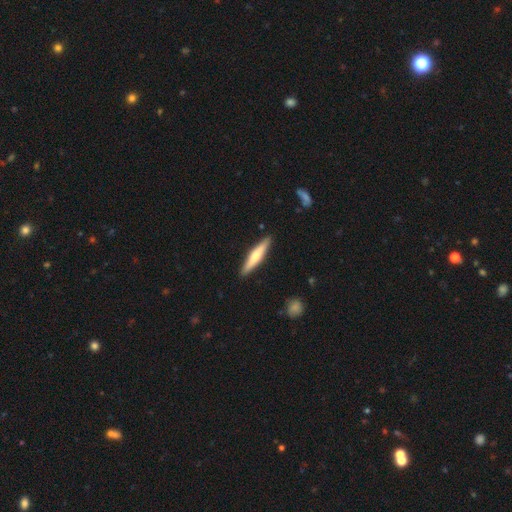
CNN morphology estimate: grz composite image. It shows a smooth galaxy with no disk features (53%) that is cigar-shaped (89%). Merging: none (90%).